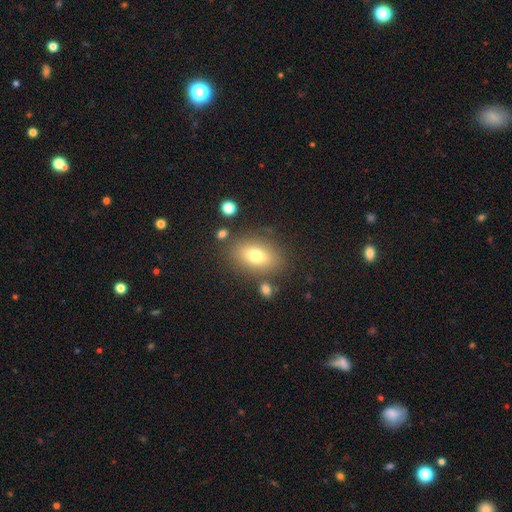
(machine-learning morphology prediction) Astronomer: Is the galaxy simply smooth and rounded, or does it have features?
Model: smooth — 75%.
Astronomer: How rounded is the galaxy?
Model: in between — 83%.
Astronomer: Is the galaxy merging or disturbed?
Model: none — 78%.